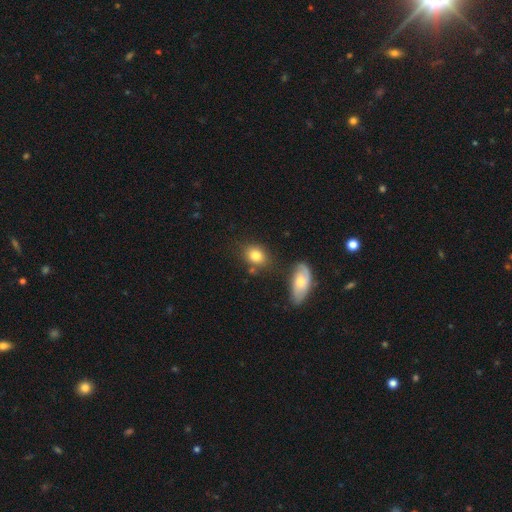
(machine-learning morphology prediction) Smooth or featured: smooth — 80% (featured or disk — 11%)
How rounded: in between — 58% (round — 40%)
Merging: none — 71% (minor disturbance — 15%)